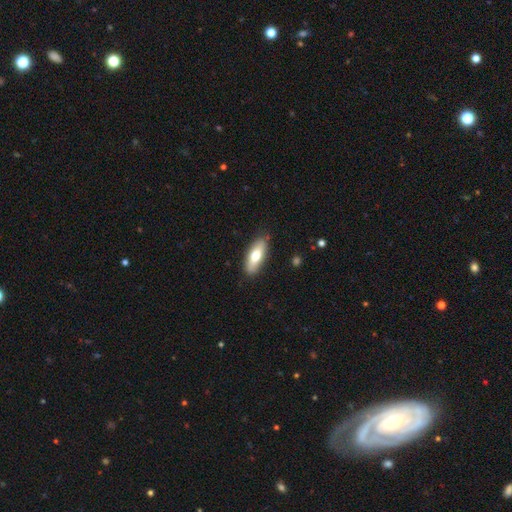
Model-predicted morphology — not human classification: Smooth or featured? smooth (69%)
How rounded? in between (68%)
Merging? none (86%)